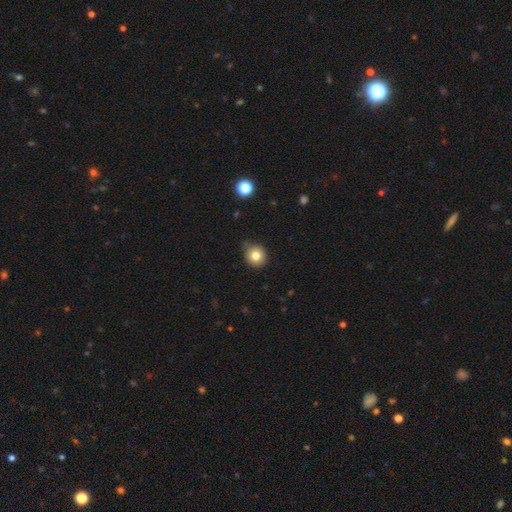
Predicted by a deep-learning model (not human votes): smooth 80%, star or artifact 11%, featured or disk 9%. Down the decision tree: how rounded — round (84%); merging — none (78%).